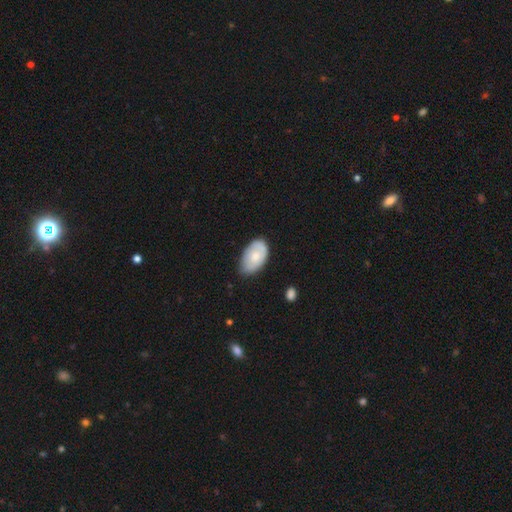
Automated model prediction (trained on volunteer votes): A smooth galaxy with no disk features (67%) that is in between round and cigar-shaped (93%). Merging: none (59%).